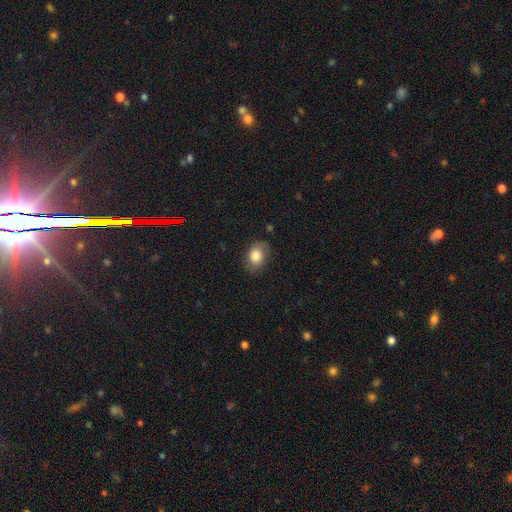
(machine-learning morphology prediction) Smooth or featured? Predicted: smooth (p=0.77). How rounded? Predicted: in between (p=0.67). Merging? Predicted: none (p=0.73).